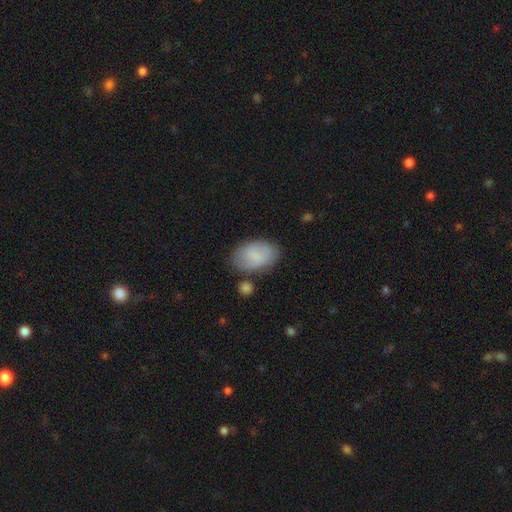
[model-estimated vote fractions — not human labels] smooth_or_featured: smooth (p=0.76) [alt: featured or disk p=0.17]
how_rounded: in between (p=0.90) [alt: round p=0.09]
merging: none (p=0.69) [alt: minor disturbance p=0.19]